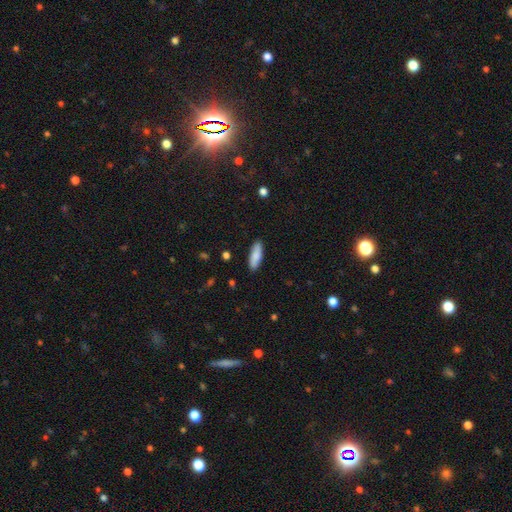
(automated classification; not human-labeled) This appears to be a smooth galaxy with no disk features (85%) that is in between round and cigar-shaped (56%). Merging: none (89%).